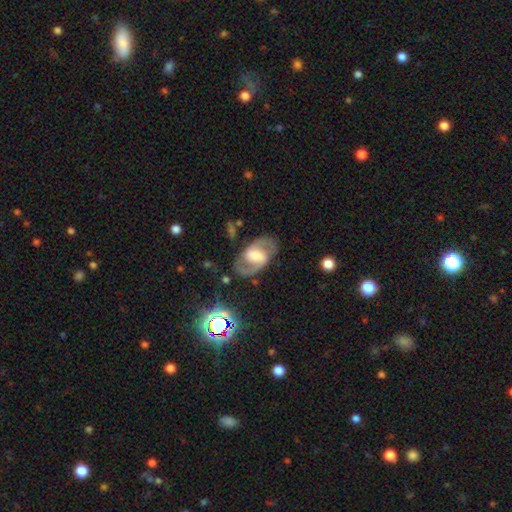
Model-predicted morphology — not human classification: Smooth or featured?
  - featured or disk: 77% *
  - smooth: 16%
  - star or artifact: 6%
Edge-on disk?
  - no: 96% *
  - yes: 4%
Bar?
  - weak: 43% *
  - strong: 36%
  - no: 21%
Spiral arms?
  - yes: 86% *
  - no: 14%
Spiral winding?
  - medium: 55% *
  - loose: 24%
  - tight: 22%
Spiral arm count?
  - 2: 89% *
  - can't tell: 6%
  - 1: 3%
  - 3: 1%
  - 4: 1%
  - more than 4: 1%
Bulge size?
  - moderate: 37% *
  - large: 33%
  - small: 19%
  - none: 8%
  - dominant: 4%
Merging?
  - none: 77% *
  - minor disturbance: 14%
  - major disturbance: 7%
  - merger: 2%